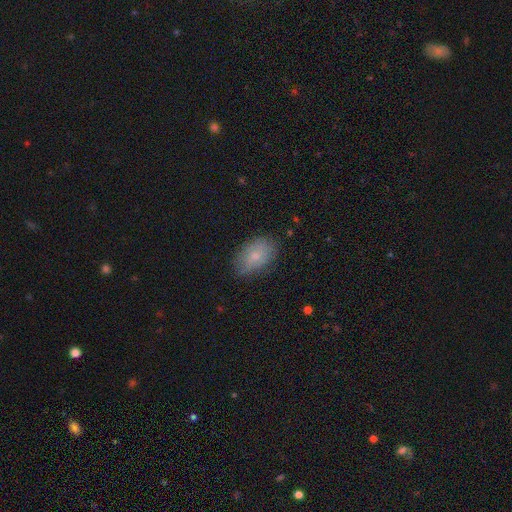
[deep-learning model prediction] A smooth galaxy with no disk features (73%) that is in between round and cigar-shaped (90%).

Vote fractions:
- Smooth or featured? smooth: 73% / featured or disk: 18% / star or artifact: 8%
- How rounded? in between: 90% / round: 9% / cigar-shaped: 2%
- Merging? none: 75% / minor disturbance: 19% / major disturbance: 4% / merger: 1%